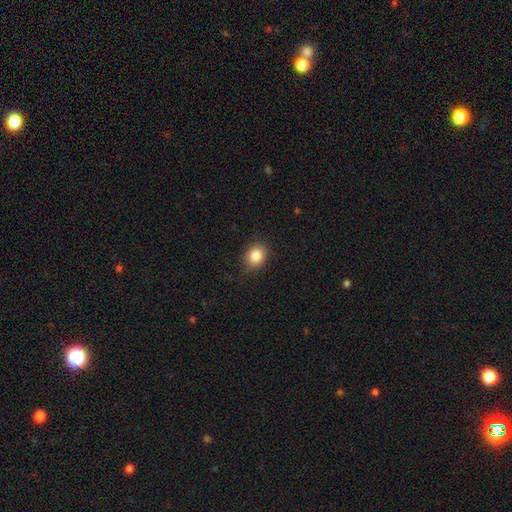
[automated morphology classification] The model was most divided on "how rounded": in between: 50%, round: 49%, cigar-shaped: 1%. More confident: smooth or featured — smooth (85%); merging — none (85%).